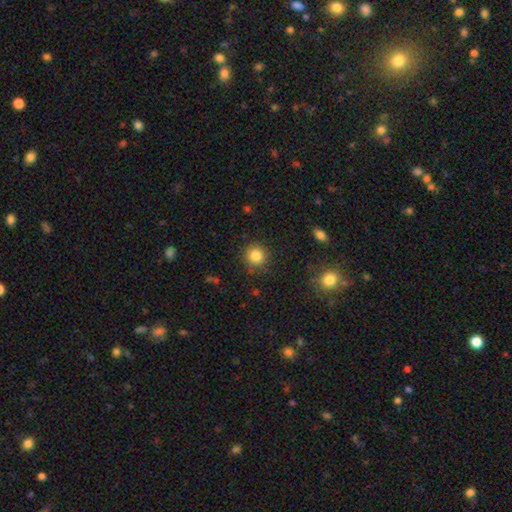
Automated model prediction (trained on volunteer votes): A smooth galaxy with no disk features (83%) that is round (92%).

Vote fractions:
- Smooth or featured? smooth: 83% / star or artifact: 11% / featured or disk: 5%
- How rounded? round: 92% / in between: 7% / cigar-shaped: 1%
- Merging? none: 87% / minor disturbance: 8% / major disturbance: 3% / merger: 1%